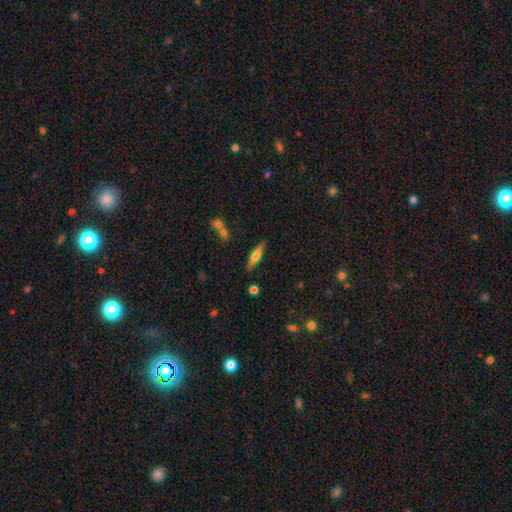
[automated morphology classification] This is possibly a featured or disk galaxy (54%). It is clearly viewed edge-on (94%). Edge-on bulge: clearly rounded (89%). Merging: clearly none (86%).